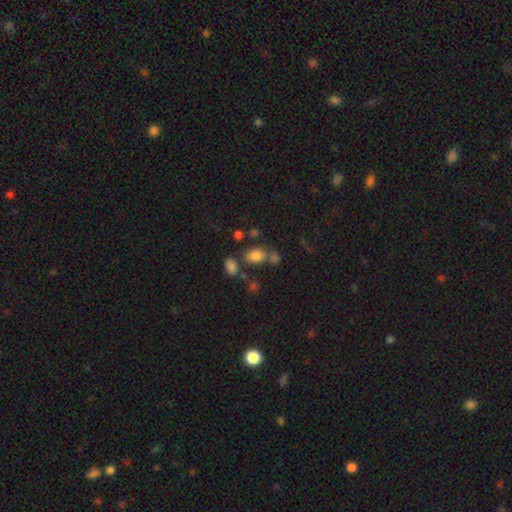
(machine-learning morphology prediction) Smooth or featured: smooth — 80% (star or artifact — 13%)
How rounded: in between — 79% (round — 19%)
Merging: none — 60% (merger — 21%)